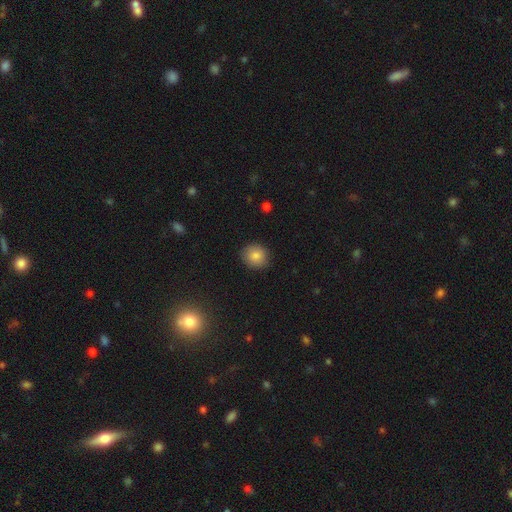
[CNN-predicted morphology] Smooth or featured? Predicted: smooth (p=0.83). How rounded? Predicted: round (p=0.79). Merging? Predicted: none (p=0.86).